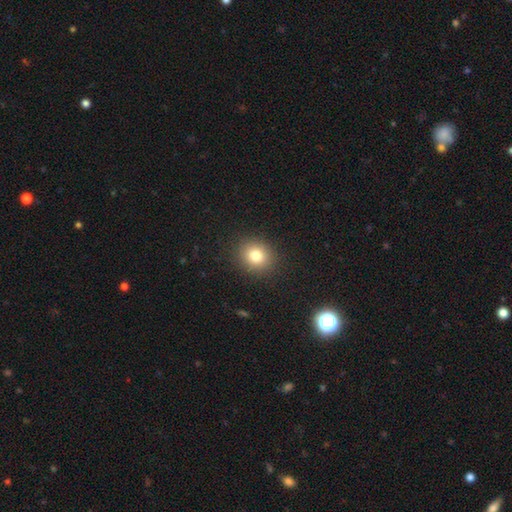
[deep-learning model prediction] The model was most divided on "how rounded": round: 76%, in between: 23%, cigar-shaped: 1%. More confident: merging — none (90%); smooth or featured — smooth (80%).